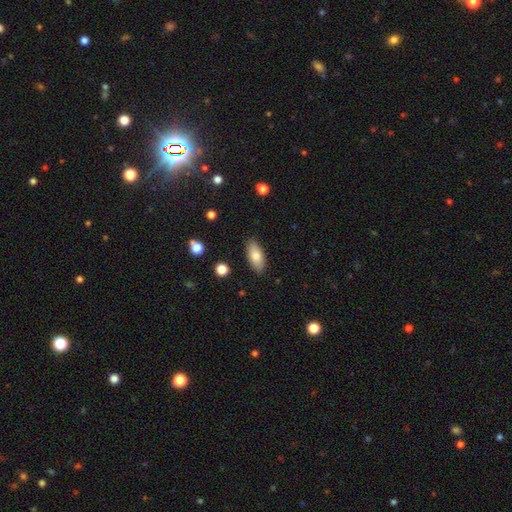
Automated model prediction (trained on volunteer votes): A smooth galaxy with no disk features (81%) that is in between round and cigar-shaped (83%).

Vote fractions:
- Smooth or featured? smooth: 81% / featured or disk: 13% / star or artifact: 7%
- How rounded? in between: 83% / cigar-shaped: 15% / round: 2%
- Merging? none: 88% / minor disturbance: 9% / major disturbance: 2% / merger: 1%